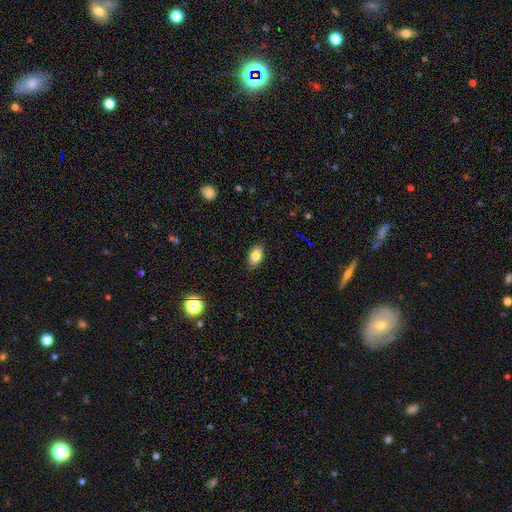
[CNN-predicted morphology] Overall: smooth (81%). How rounded: in between (90%). Merging: none (86%).